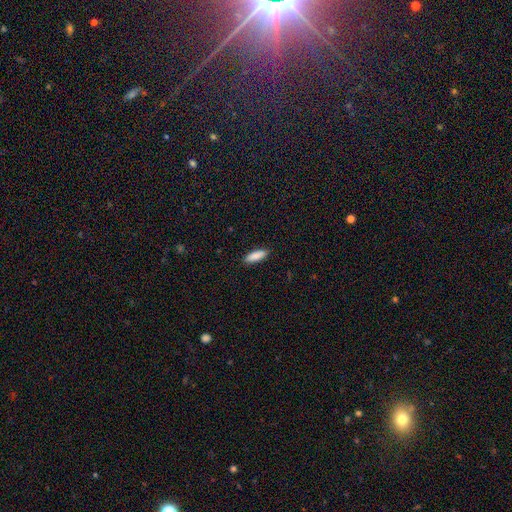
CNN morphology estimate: Smooth or featured: smooth — 89% (star or artifact — 6%)
How rounded: in between — 52% (cigar-shaped — 47%)
Merging: none — 90% (minor disturbance — 7%)